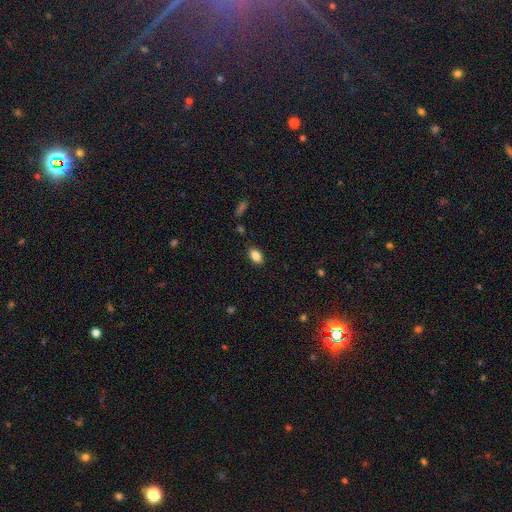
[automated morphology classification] smooth_or_featured: smooth (p=0.85) [alt: star or artifact p=0.09]
how_rounded: in between (p=0.88) [alt: round p=0.09]
merging: none (p=0.86) [alt: minor disturbance p=0.10]